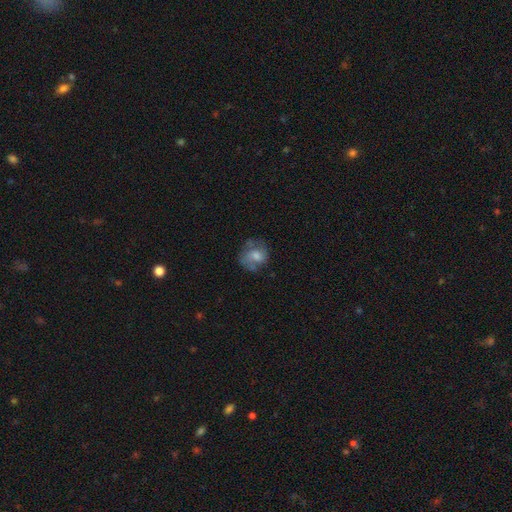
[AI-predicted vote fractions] This appears to be a smooth galaxy with no disk features (46%). Merging: none (53%).